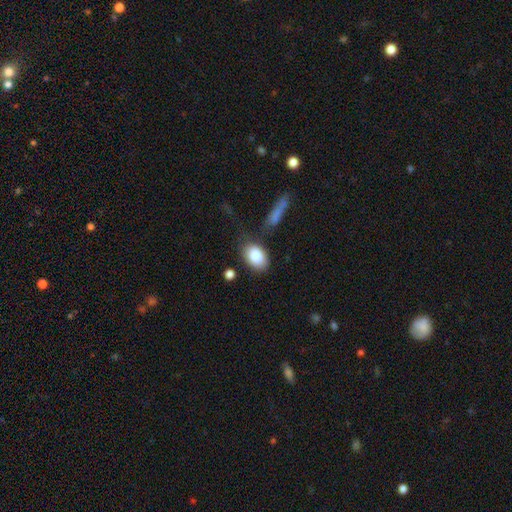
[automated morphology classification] A smooth galaxy with no disk features (86%) that is in between round and cigar-shaped (84%). Merging: none (69%).